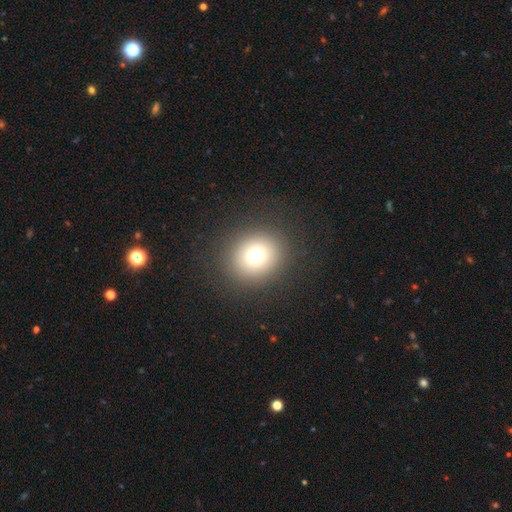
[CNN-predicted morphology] The model was most divided on "how rounded": round: 78%, in between: 22%, cigar-shaped: 1%. More confident: merging — none (87%); smooth or featured — smooth (75%).